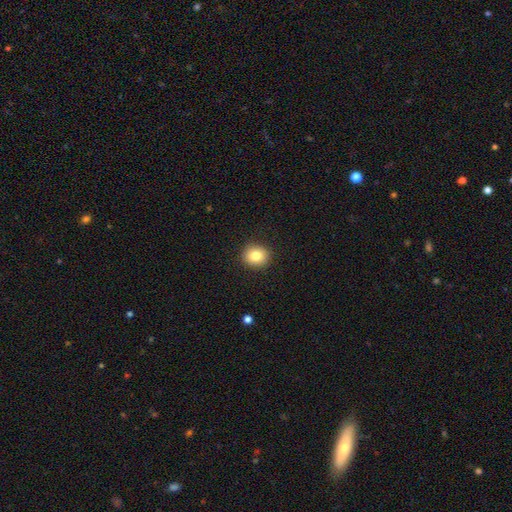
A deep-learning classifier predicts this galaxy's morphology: smooth-or-featured: smooth: 84% | star or artifact: 9% | featured or disk: 7%
  how-rounded: round: 78% | in between: 21% | cigar-shaped: 1%
  merging: none: 90% | minor disturbance: 7% | major disturbance: 2% | merger: 1%